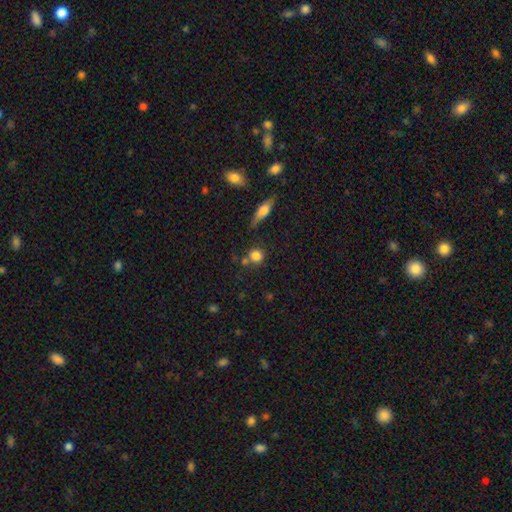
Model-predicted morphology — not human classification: Overall: smooth (80%). How rounded: round (84%). Merging: none (65%).